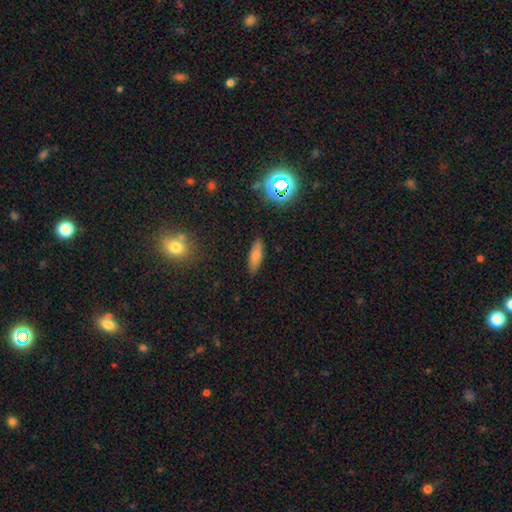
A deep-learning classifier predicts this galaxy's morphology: smooth_or_featured: smooth (p=0.75) [alt: featured or disk p=0.13]
how_rounded: in between (p=0.61) [alt: cigar-shaped p=0.36]
merging: none (p=0.87) [alt: minor disturbance p=0.09]